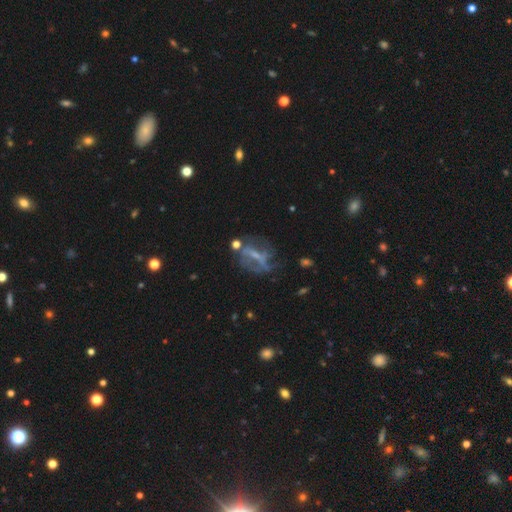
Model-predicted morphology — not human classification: Overall: featured or disk (66%). Edge-on disk: no (89%). Bar: weak (36%; strong 33%). Spiral arms: yes (51%; no 49%). Bulge size: small (49%; none 27%). Merging: none (47%; major disturbance 25%).